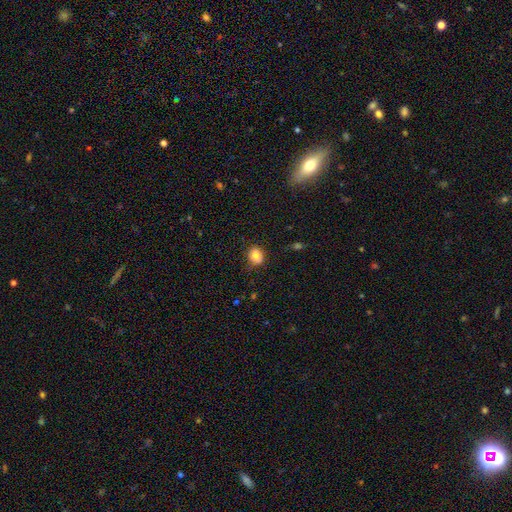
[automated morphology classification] Smooth or featured?
  - smooth: 79% *
  - featured or disk: 11%
  - star or artifact: 10%
How rounded?
  - round: 69% *
  - in between: 30%
  - cigar-shaped: 1%
Merging?
  - none: 82% *
  - minor disturbance: 14%
  - major disturbance: 3%
  - merger: 1%